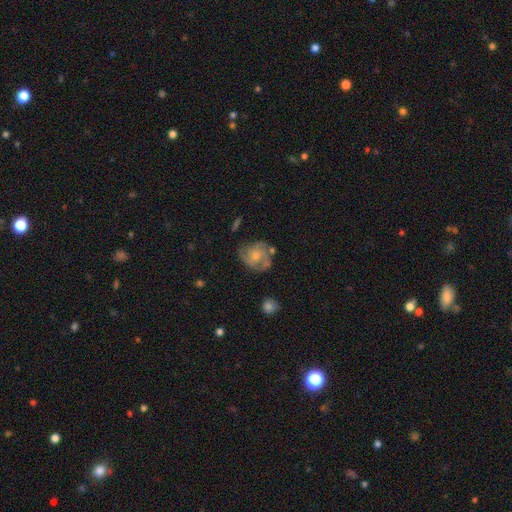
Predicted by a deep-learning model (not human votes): The model was most divided on "spiral winding": medium: 44%, tight: 43%, loose: 14%. Remaining: edge-on disk — no (98%); spiral arms — yes (90%); bar — no (73%); smooth or featured — featured or disk (70%); merging — none (64%); bulge size — small (50%); spiral arm count — 3 (40%).